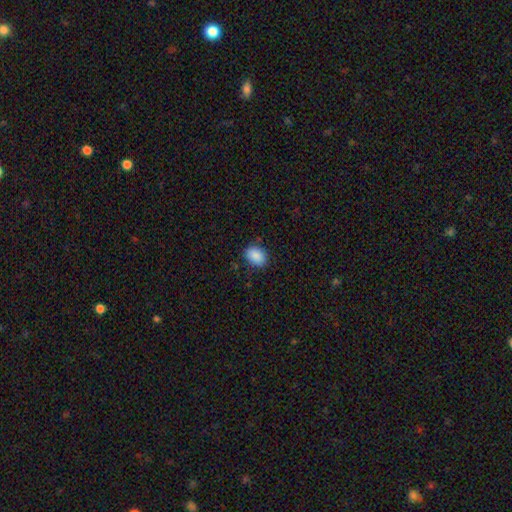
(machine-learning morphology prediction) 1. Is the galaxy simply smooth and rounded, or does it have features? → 88% smooth, 8% star or artifact, 4% featured or disk.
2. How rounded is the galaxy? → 77% in between, 22% round, 1% cigar-shaped.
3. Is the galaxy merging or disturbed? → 83% none, 13% minor disturbance, 3% major disturbance, 1% merger.